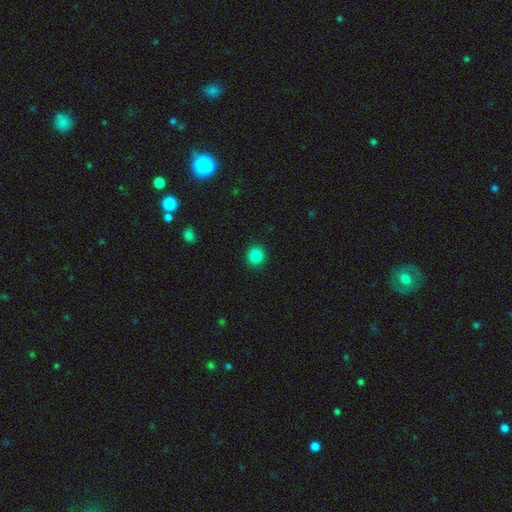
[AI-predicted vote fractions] Smooth or featured?
  - smooth: 85% *
  - star or artifact: 11%
  - featured or disk: 4%
How rounded?
  - round: 92% *
  - in between: 7%
  - cigar-shaped: 1%
Merging?
  - none: 92% *
  - minor disturbance: 5%
  - major disturbance: 2%
  - merger: 1%